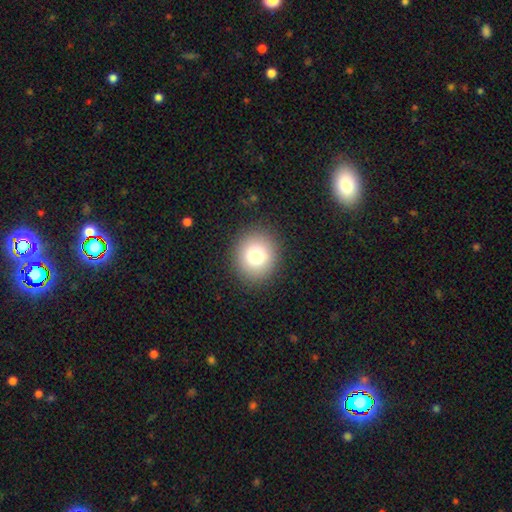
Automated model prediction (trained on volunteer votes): Smooth or featured?
  - smooth: 79% *
  - star or artifact: 11%
  - featured or disk: 10%
How rounded?
  - round: 84% *
  - in between: 15%
  - cigar-shaped: 1%
Merging?
  - none: 90% *
  - minor disturbance: 6%
  - major disturbance: 3%
  - merger: 1%